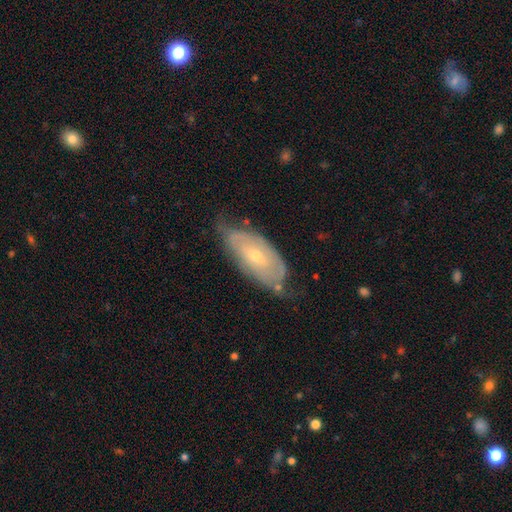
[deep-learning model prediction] This appears to be a featured or disk galaxy (66%) with no bar (67%), spiral arms (71%) and a small central bulge (63%). Merging: none (55%).